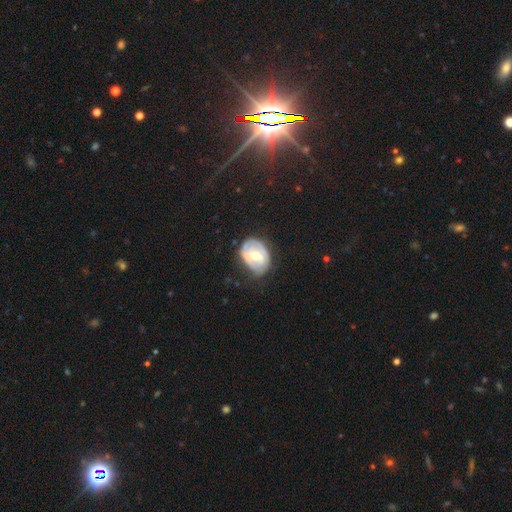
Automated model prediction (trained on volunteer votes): Smooth or featured? Predicted: featured or disk (p=0.63). Edge-on disk? Predicted: no (p=0.96). Bar? Predicted: no (p=0.43). Spiral arms? Predicted: yes (p=0.51). Bulge size? Predicted: moderate (p=0.73). Merging? Predicted: none (p=0.56).